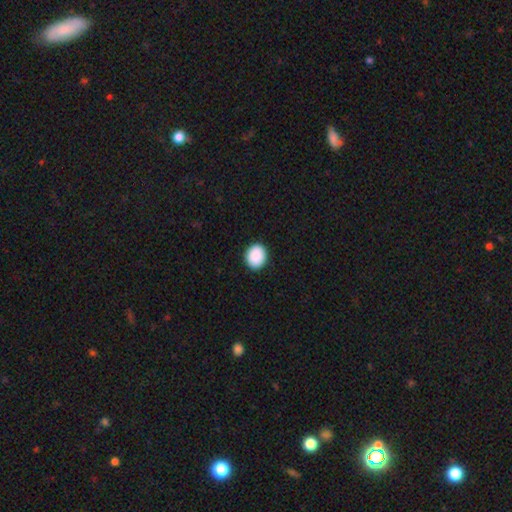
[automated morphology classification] Q: Smooth or featured?
A: smooth (90%); runner-up: star or artifact (7%)
Q: How rounded?
A: round (58%); runner-up: in between (41%)
Q: Merging?
A: none (91%); runner-up: minor disturbance (7%)